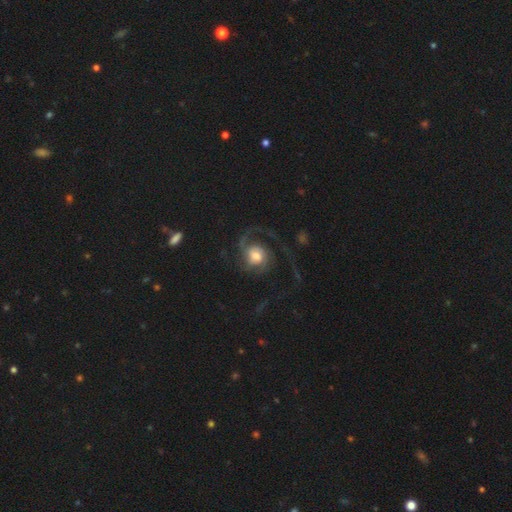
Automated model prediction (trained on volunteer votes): Smooth or featured? Predicted: featured or disk (p=0.81). Edge-on disk? Predicted: no (p=0.98). Bar? Predicted: no (p=0.68). Spiral arms? Predicted: yes (p=0.96). Spiral winding? Predicted: medium (p=0.45). Spiral arm count? Predicted: 2 (p=0.40). Bulge size? Predicted: moderate (p=0.43). Merging? Predicted: none (p=0.51).